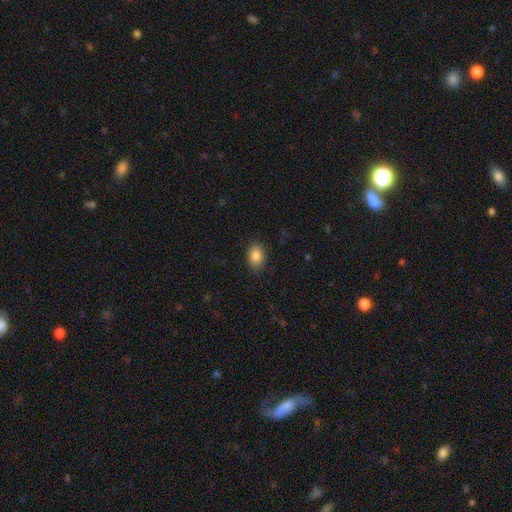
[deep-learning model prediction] A smooth galaxy with no disk features (87%) that is in between round and cigar-shaped (77%). Merging: none (87%).